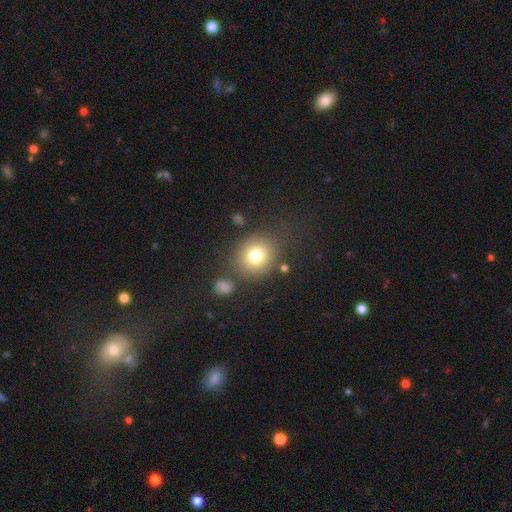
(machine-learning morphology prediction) A smooth galaxy with no disk features (77%) that is round (78%). Merging: none (78%).